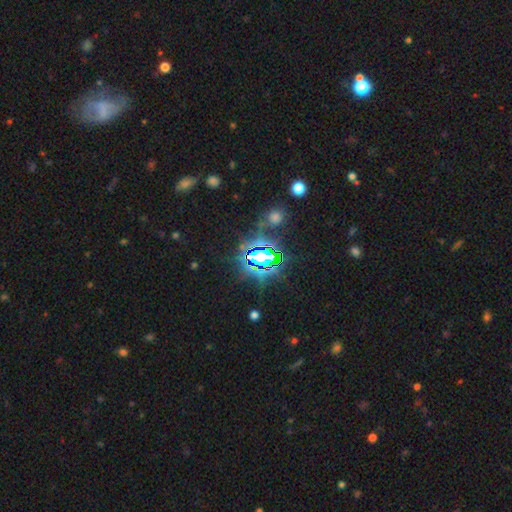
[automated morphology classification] Overall: star or artifact (79%).